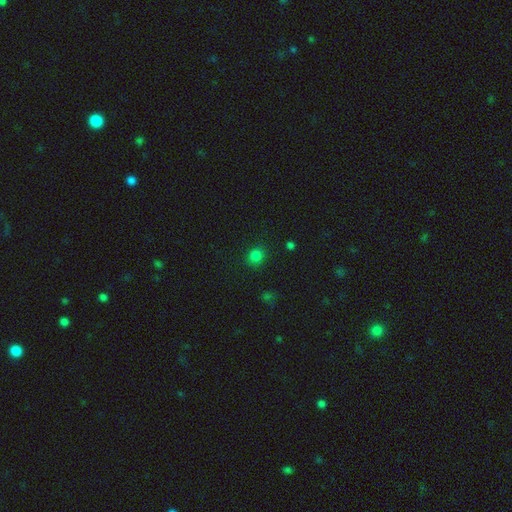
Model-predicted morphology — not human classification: Overall: smooth (81%). How rounded: round (81%). Merging: none (87%).